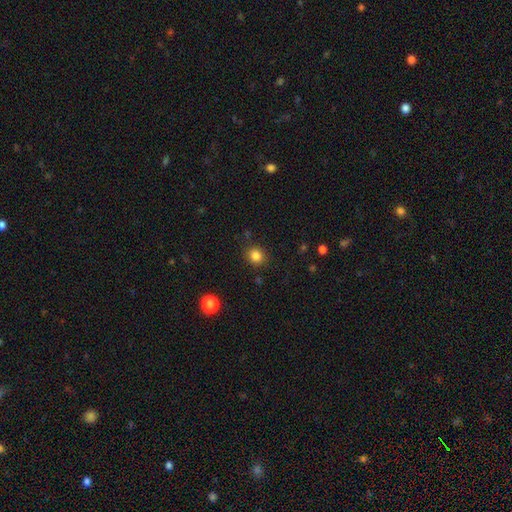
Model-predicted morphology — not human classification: smooth_or_featured: smooth (p=0.83) [alt: star or artifact p=0.12]
how_rounded: round (p=0.79) [alt: in between p=0.20]
merging: none (p=0.87) [alt: minor disturbance p=0.09]